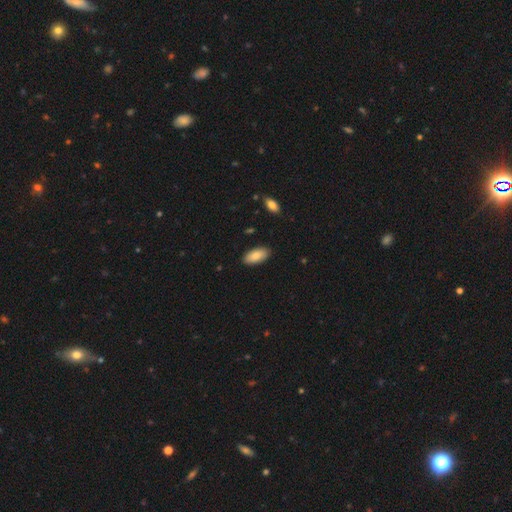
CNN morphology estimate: Overall: smooth (87%). How rounded: in between (91%). Merging: none (88%).